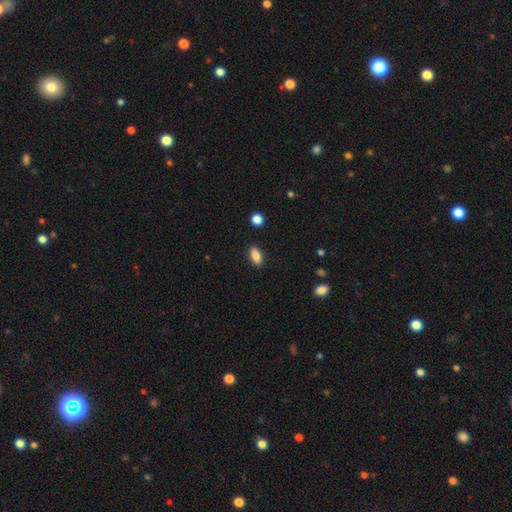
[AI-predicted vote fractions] smooth_or_featured: smooth (p=0.85) [alt: star or artifact p=0.08]
how_rounded: in between (p=0.85) [alt: cigar-shaped p=0.11]
merging: none (p=0.88) [alt: minor disturbance p=0.08]